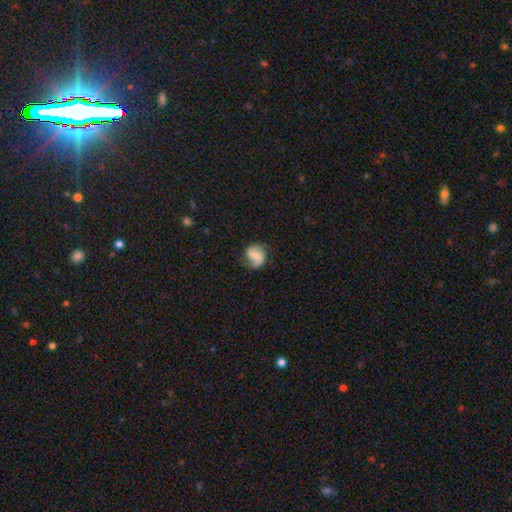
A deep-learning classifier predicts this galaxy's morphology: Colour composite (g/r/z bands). It shows a featured or disk galaxy (64%) with a weak bar (44%), 2 (69%) medium (43%) spiral arms (93%) and a small central bulge (40%). Merging: none (64%).